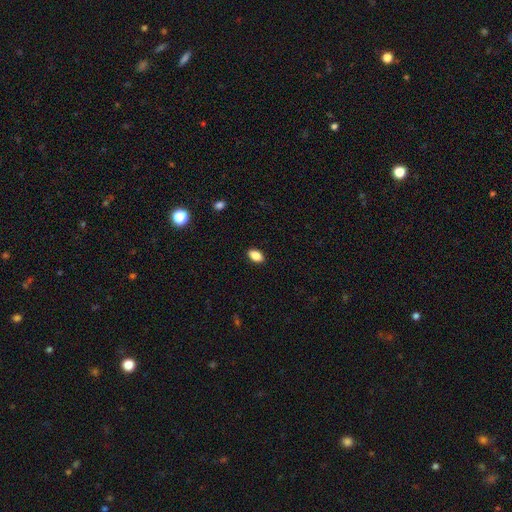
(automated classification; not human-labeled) This appears to be a smooth galaxy with no disk features (87%) that is in between round and cigar-shaped (90%). Merging: none (89%).